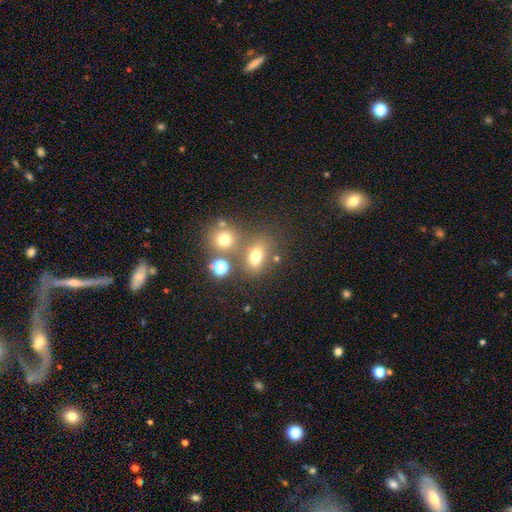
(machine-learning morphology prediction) Smooth or featured: smooth — 68% (star or artifact — 20%)
How rounded: in between — 61% (round — 36%)
Merging: none — 57% (merger — 24%)